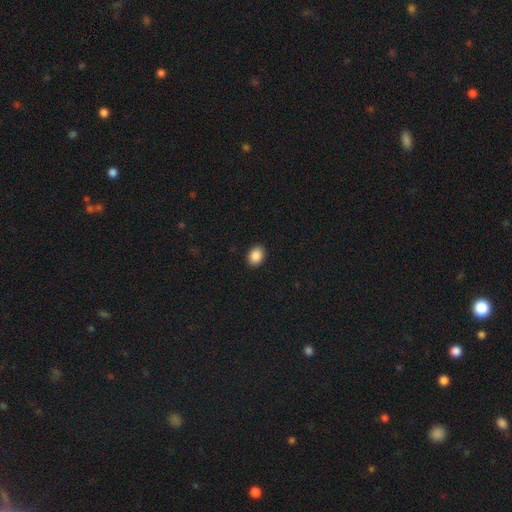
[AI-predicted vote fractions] A smooth galaxy with no disk features (89%) that is in between round and cigar-shaped (65%). Merging: none (91%).